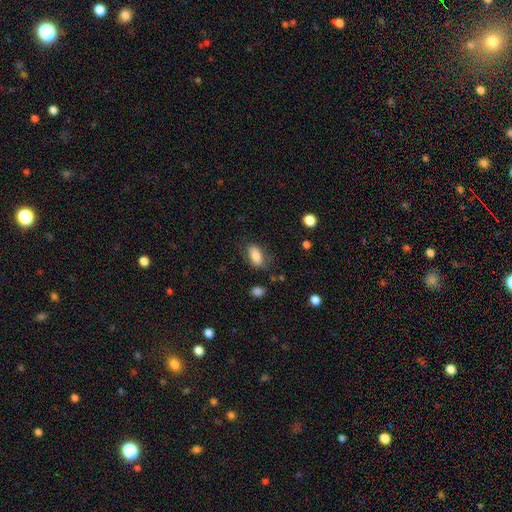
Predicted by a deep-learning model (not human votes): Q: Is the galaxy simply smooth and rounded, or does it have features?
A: smooth — 82%.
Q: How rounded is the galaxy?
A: in between — 90%.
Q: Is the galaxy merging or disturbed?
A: none — 74%.